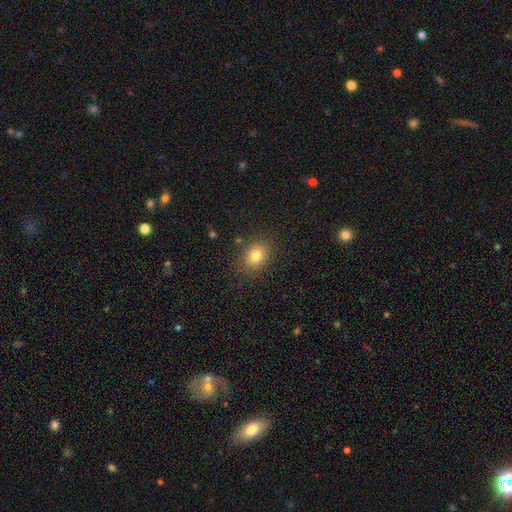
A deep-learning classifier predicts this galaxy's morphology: type=smooth (81%); roundness=round (50%); merging=none (85%).